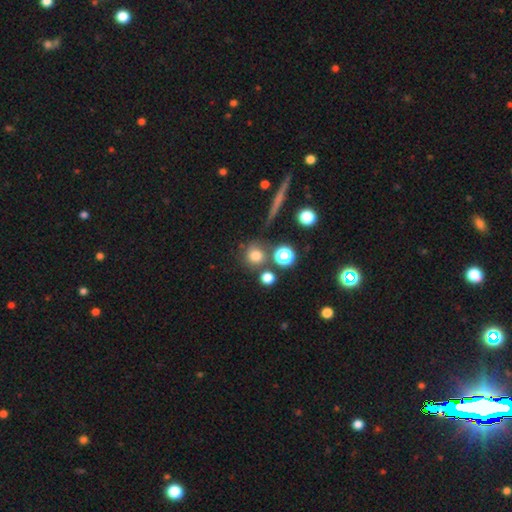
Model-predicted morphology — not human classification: Smooth or featured: smooth — 75% (star or artifact — 15%)
How rounded: round — 89% (in between — 9%)
Merging: none — 70% (merger — 14%)